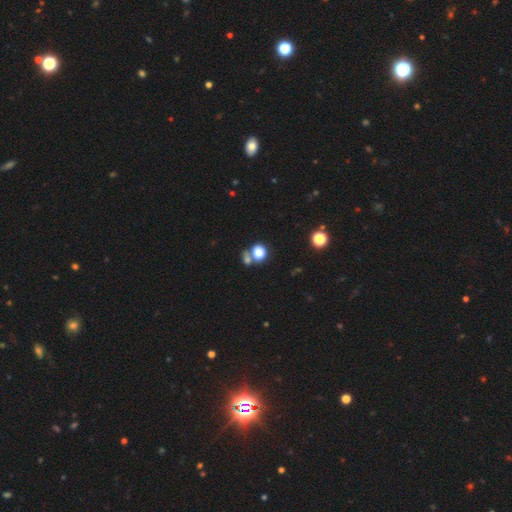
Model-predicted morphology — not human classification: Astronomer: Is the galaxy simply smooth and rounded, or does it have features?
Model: smooth — 77%.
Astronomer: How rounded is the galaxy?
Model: round — 77%.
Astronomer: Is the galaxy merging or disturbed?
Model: none — 50% (runner-up: merger, 37%).